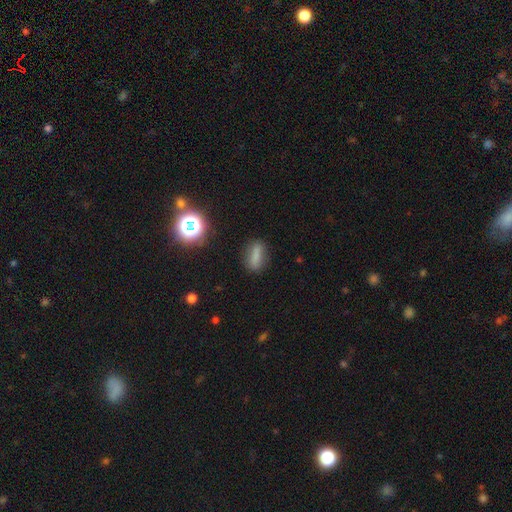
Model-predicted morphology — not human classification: smooth 74%, star or artifact 13%, featured or disk 13%. Down the decision tree: how rounded — in between (56%); merging — none (80%).